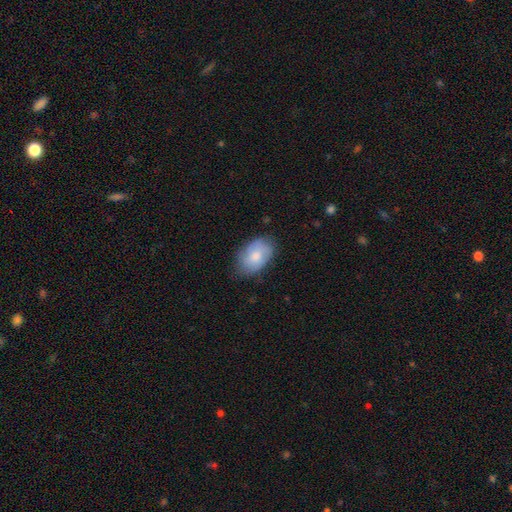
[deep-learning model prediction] smooth_or_featured: smooth (p=0.74) [alt: featured or disk p=0.20]
how_rounded: in between (p=0.89) [alt: round p=0.10]
merging: none (p=0.70) [alt: minor disturbance p=0.24]